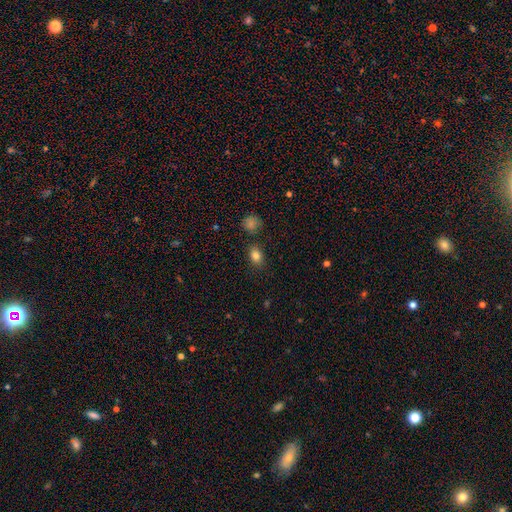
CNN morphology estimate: smooth-or-featured: smooth: 83% | star or artifact: 11% | featured or disk: 7%
  how-rounded: in between: 72% | round: 27% | cigar-shaped: 1%
  merging: none: 84% | minor disturbance: 10% | merger: 3% | major disturbance: 3%